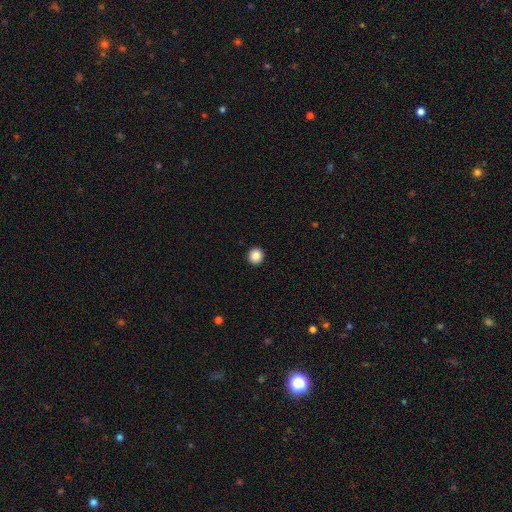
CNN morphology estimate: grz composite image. It shows a smooth galaxy with no disk features (86%) that is round (95%). Merging: none (94%).